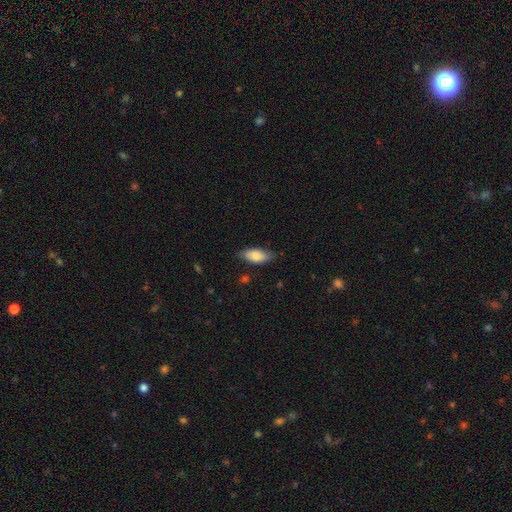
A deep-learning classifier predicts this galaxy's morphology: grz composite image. It shows a smooth galaxy with no disk features (80%) that is in between round and cigar-shaped (88%). Merging: none (74%).